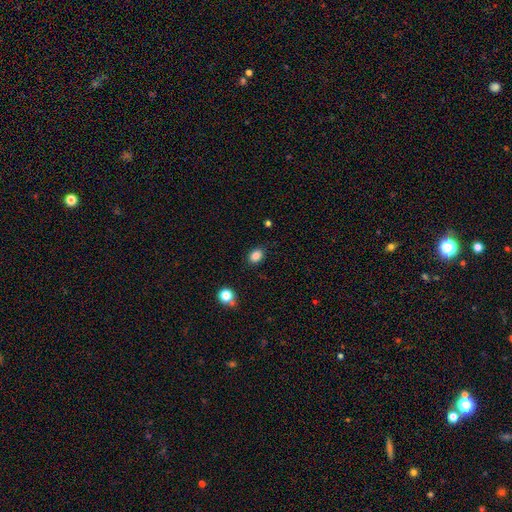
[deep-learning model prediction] A smooth galaxy with no disk features (86%) that is in between round and cigar-shaped (66%).

Vote fractions:
- Smooth or featured? smooth: 86% / star or artifact: 11% / featured or disk: 3%
- How rounded? in between: 66% / round: 33% / cigar-shaped: 1%
- Merging? none: 85% / minor disturbance: 10% / major disturbance: 3% / merger: 2%